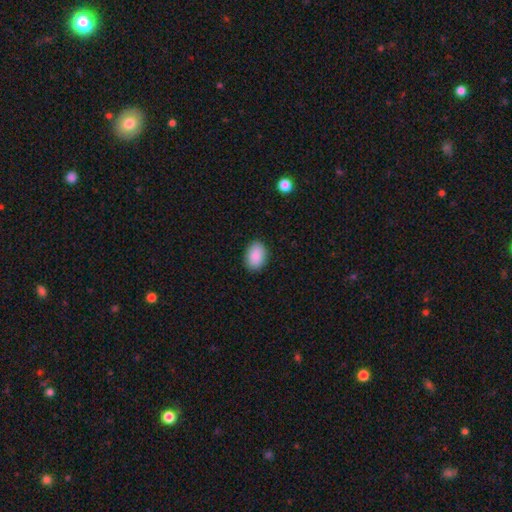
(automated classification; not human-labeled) Smooth or featured? smooth (89%)
How rounded? in between (84%)
Merging? none (88%)